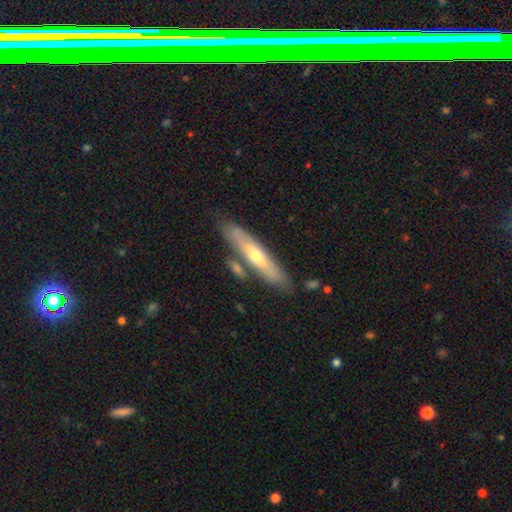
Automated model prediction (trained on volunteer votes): Smooth or featured: featured or disk — 54% (smooth — 40%)
Edge-on disk: yes — 76% (no — 24%)
Merging: none — 78% (minor disturbance — 13%)